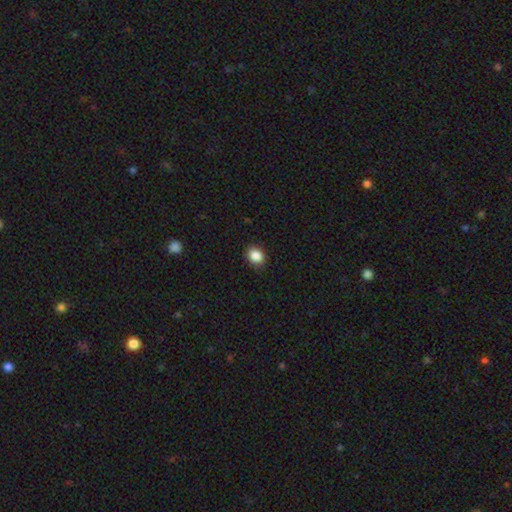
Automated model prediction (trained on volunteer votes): The model was most divided on "how rounded": round: 50%, in between: 49%, cigar-shaped: 1%. More confident: merging — none (89%); smooth or featured — smooth (87%).